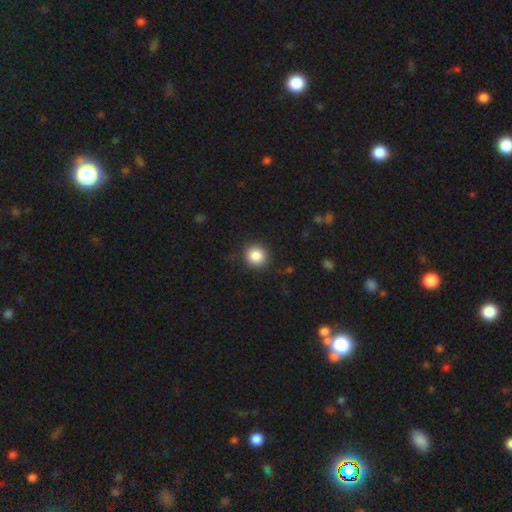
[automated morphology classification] Smooth or featured? smooth (86%)
How rounded? round (92%)
Merging? none (87%)